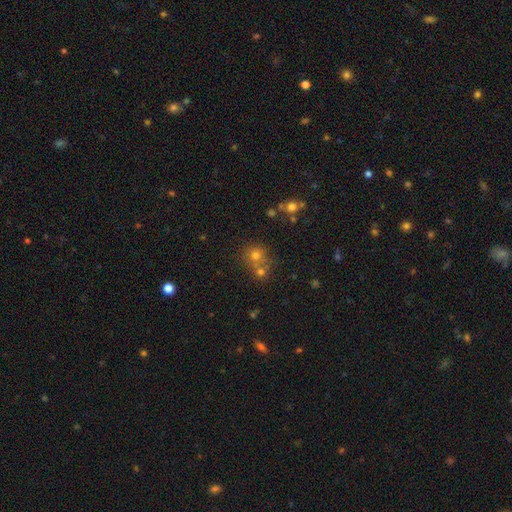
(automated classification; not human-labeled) A smooth galaxy with no disk features (64%) that is round (85%).

Vote fractions:
- Smooth or featured? smooth: 64% / star or artifact: 23% / featured or disk: 13%
- How rounded? round: 85% / in between: 14% / cigar-shaped: 1%
- Merging? none: 52% / merger: 36% / minor disturbance: 8% / major disturbance: 4%